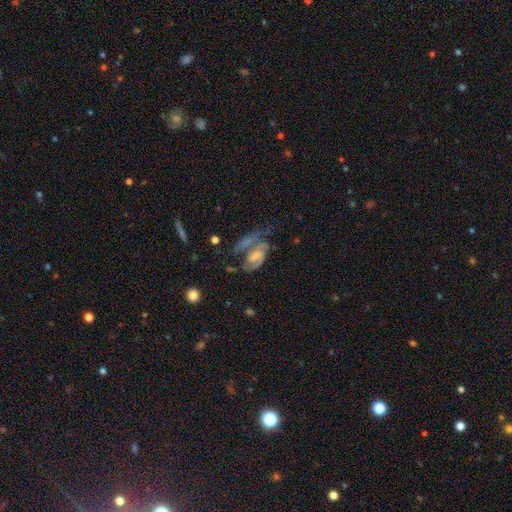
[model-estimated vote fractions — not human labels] Overall: featured or disk (76%). Edge-on disk: no (96%). Bar: weak (44%; no 39%). Spiral arms: yes (89%). Spiral arm count: 2 (69%). Spiral winding: medium (47%; tight 34%). Bulge size: small (45%; moderate 37%). Merging: none (34%; major disturbance 30%).